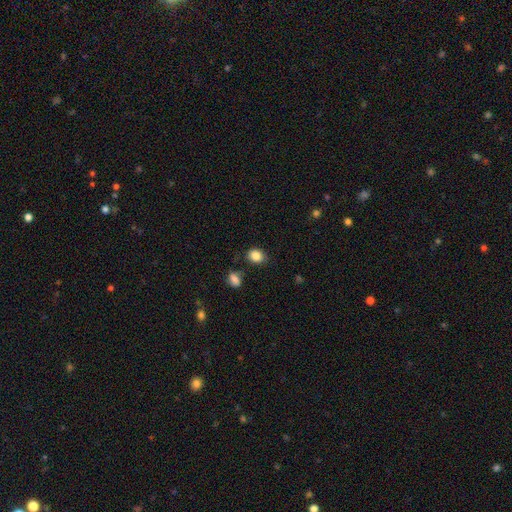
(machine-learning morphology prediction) smooth 84%, star or artifact 10%, featured or disk 6%. Down the decision tree: how rounded — round (53%); merging — none (79%).